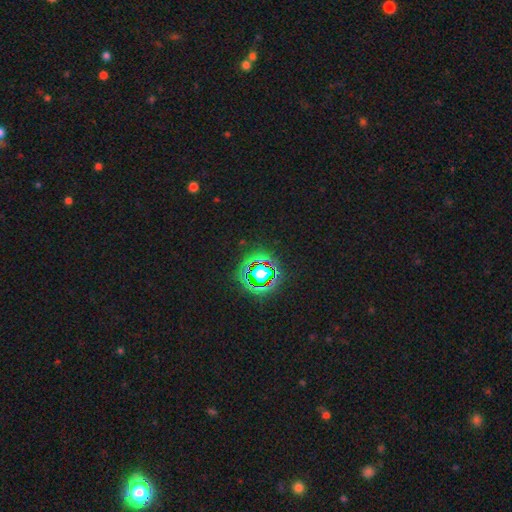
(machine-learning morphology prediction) The model was most divided on "smooth or featured": star or artifact: 79%, smooth: 14%, featured or disk: 7%.